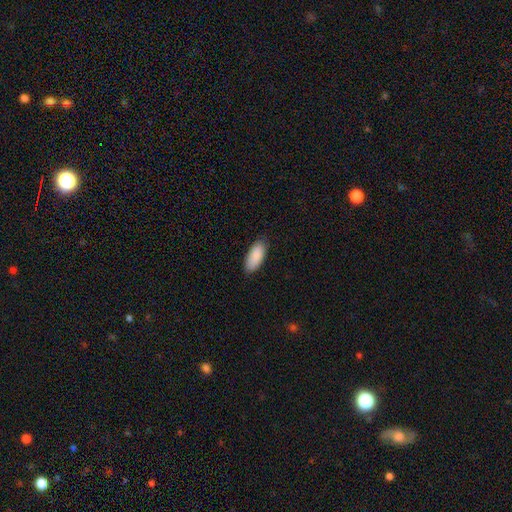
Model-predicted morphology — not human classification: The model was most divided on "merging": none: 83%, minor disturbance: 13%, major disturbance: 2%, merger: 1%. More confident: smooth or featured — smooth (90%); how rounded — in between (88%).